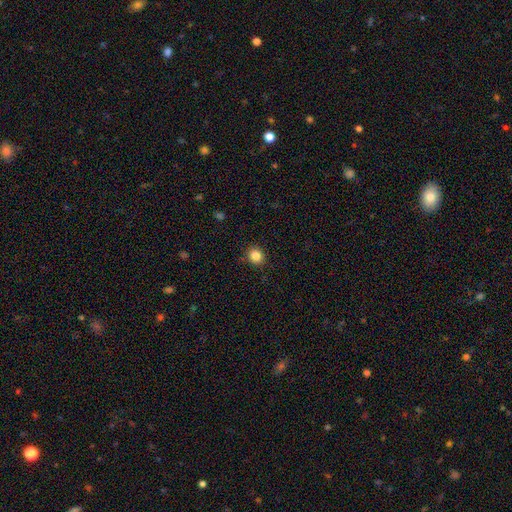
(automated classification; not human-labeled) This appears to be a smooth galaxy with no disk features (85%) that is round (83%). Merging: none (90%).